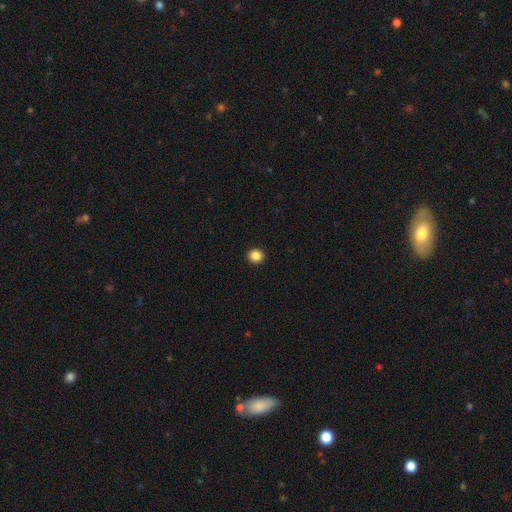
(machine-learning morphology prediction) Smooth or featured: smooth — 86% (star or artifact — 10%)
How rounded: round — 90% (in between — 10%)
Merging: none — 94% (minor disturbance — 4%)